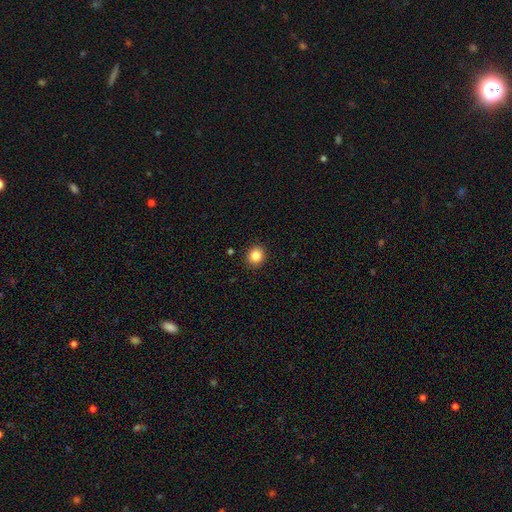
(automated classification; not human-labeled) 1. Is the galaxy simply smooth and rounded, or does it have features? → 85% smooth, 10% star or artifact, 5% featured or disk.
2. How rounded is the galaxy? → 86% round, 13% in between, 1% cigar-shaped.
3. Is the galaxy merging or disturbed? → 91% none, 6% minor disturbance, 2% major disturbance, 1% merger.